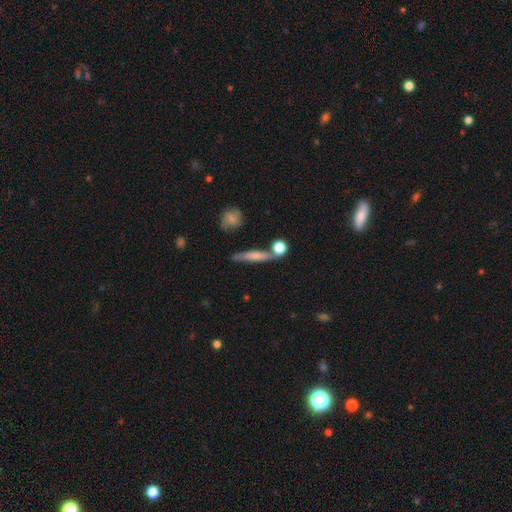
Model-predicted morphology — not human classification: smooth-or-featured: smooth: 59% | featured or disk: 32% | star or artifact: 9%
  how-rounded: cigar-shaped: 78% | in between: 14% | round: 8%
  merging: none: 66% | minor disturbance: 15% | merger: 14% | major disturbance: 5%